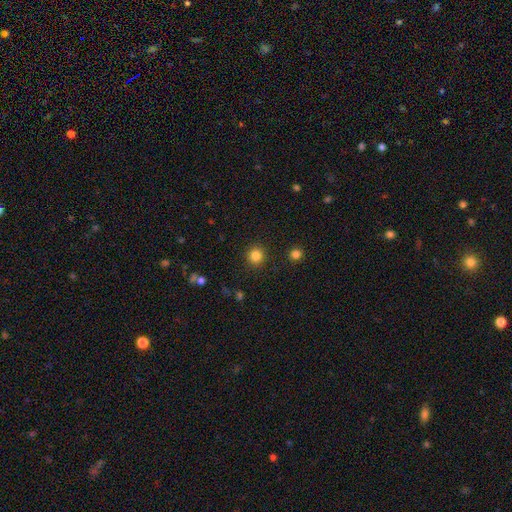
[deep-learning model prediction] smooth_or_featured: smooth (p=0.83) [alt: star or artifact p=0.12]
how_rounded: round (p=0.93) [alt: in between p=0.06]
merging: none (p=0.91) [alt: minor disturbance p=0.05]